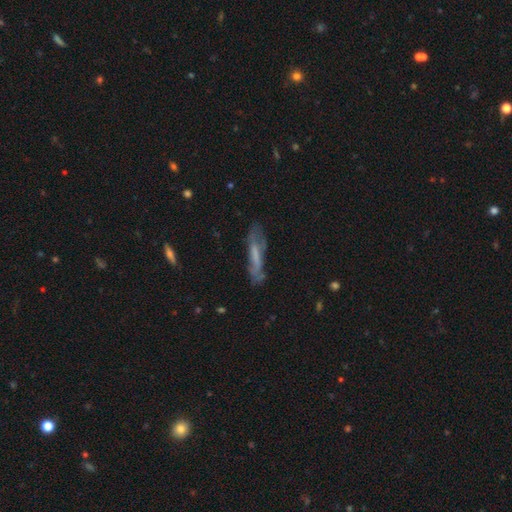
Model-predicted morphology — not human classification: A featured or disk galaxy (48%). Merging: none (65%).